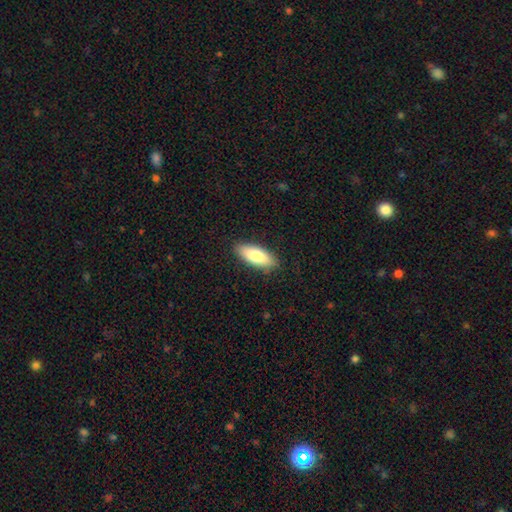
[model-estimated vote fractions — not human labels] This is clearly a smooth galaxy (80%). How rounded: likely in between (73%). Merging: clearly none (88%).